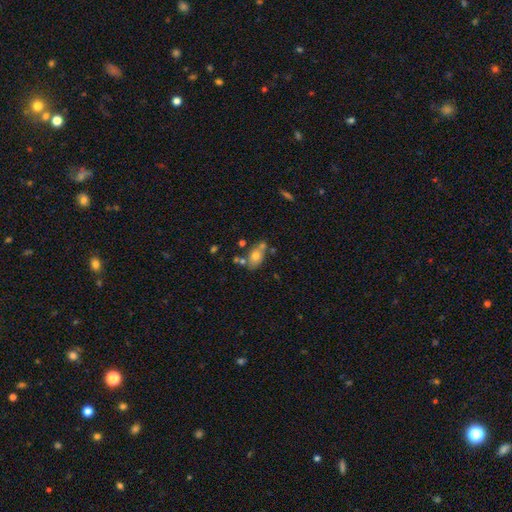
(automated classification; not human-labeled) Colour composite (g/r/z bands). It shows a smooth galaxy with no disk features (67%) that is in between round and cigar-shaped (78%). Merging: none (52%).